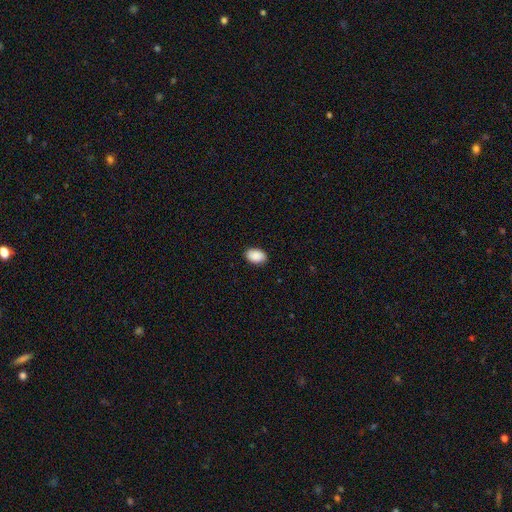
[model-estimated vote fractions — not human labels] Morphology: type=smooth (91%); roundness=in between (89%); merging=none (89%).